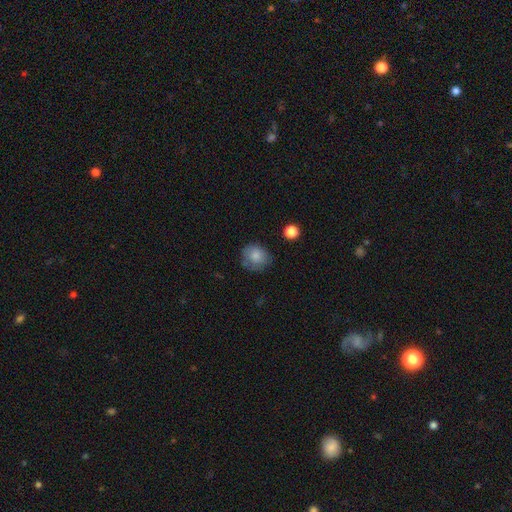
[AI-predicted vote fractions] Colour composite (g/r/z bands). It shows a smooth galaxy with no disk features (82%) that is round (77%). Merging: none (69%).